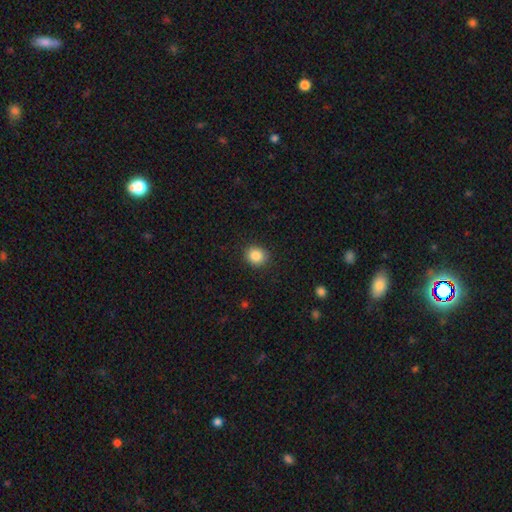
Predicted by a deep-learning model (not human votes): The model was most divided on "how rounded": round: 79%, in between: 20%, cigar-shaped: 1%. More confident: merging — none (90%); smooth or featured — smooth (86%).